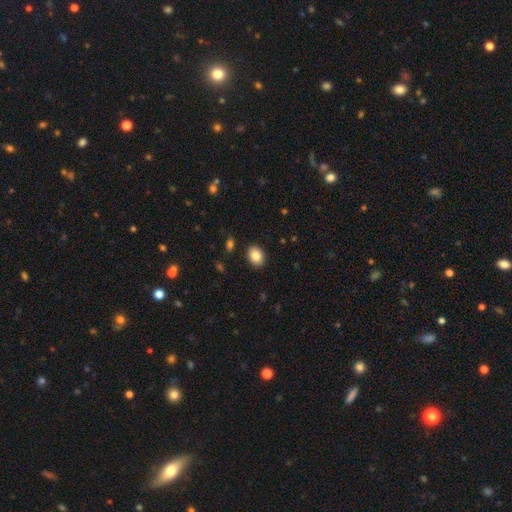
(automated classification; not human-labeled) smooth_or_featured: smooth (p=0.85) [alt: star or artifact p=0.08]
how_rounded: in between (p=0.61) [alt: round p=0.38]
merging: none (p=0.89) [alt: minor disturbance p=0.07]